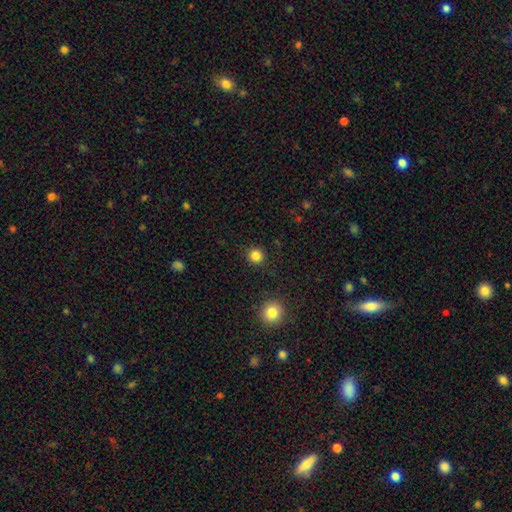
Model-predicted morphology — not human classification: Smooth or featured?
  - smooth: 83% *
  - star or artifact: 12%
  - featured or disk: 4%
How rounded?
  - round: 94% *
  - in between: 6%
  - cigar-shaped: 1%
Merging?
  - none: 91% *
  - minor disturbance: 6%
  - major disturbance: 2%
  - merger: 2%